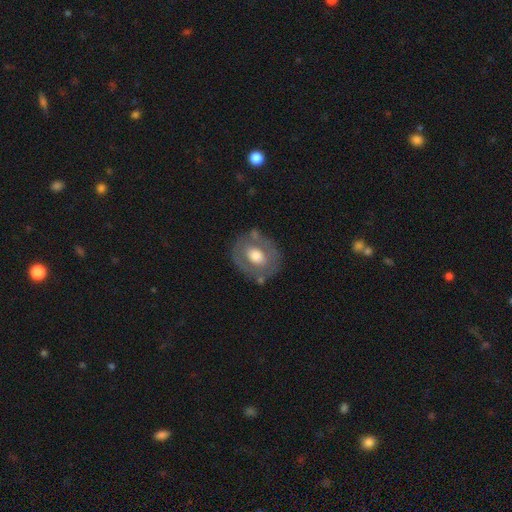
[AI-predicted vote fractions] A smooth galaxy with no disk features (51%) that is round (61%). Merging: none (71%).